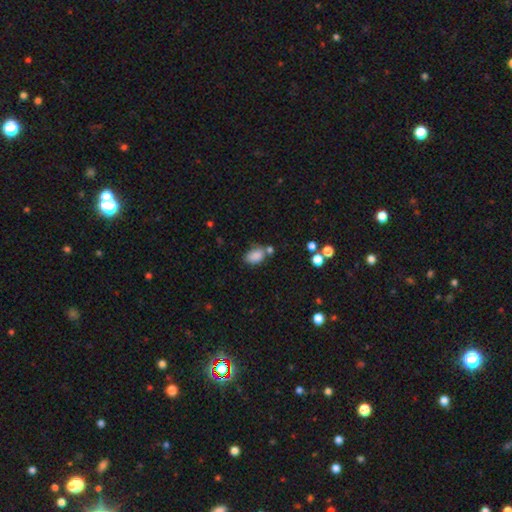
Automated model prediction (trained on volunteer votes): A smooth galaxy with no disk features (84%) that is in between round and cigar-shaped (83%). Merging: none (57%).